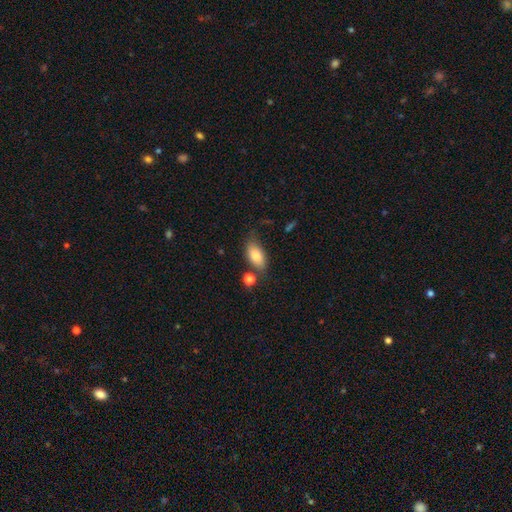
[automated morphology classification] type=smooth (81%); roundness=in between (89%); merging=none (64%).